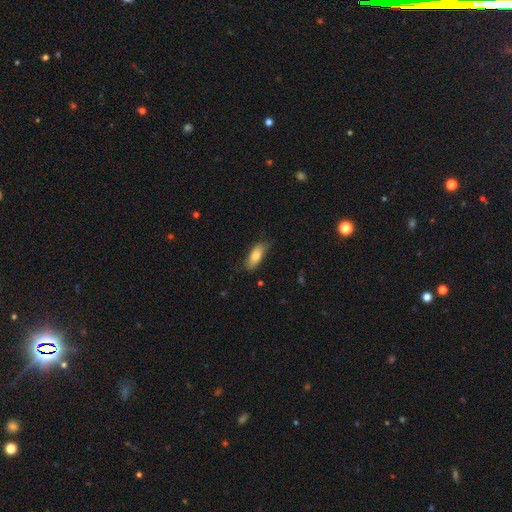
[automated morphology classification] The model was most divided on "how rounded": in between: 74%, cigar-shaped: 24%, round: 2%. More confident: smooth or featured — smooth (79%); merging — none (78%).